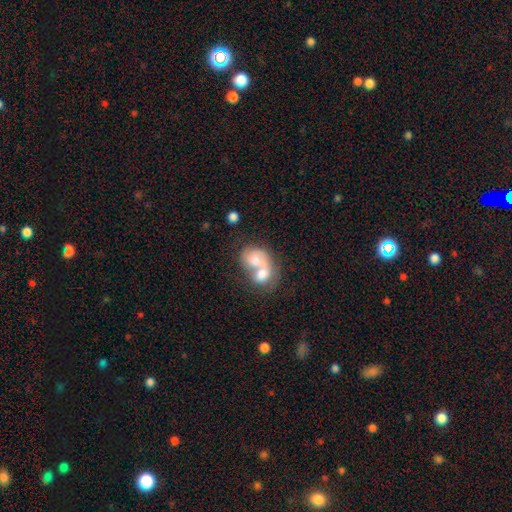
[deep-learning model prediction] Morphology: type=smooth (51%); roundness=in between (51%); merging=merger (79%).